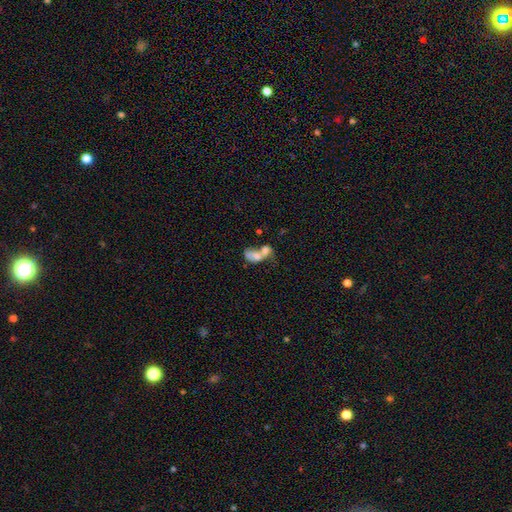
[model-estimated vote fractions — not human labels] smooth_or_featured: smooth (p=0.64) [alt: featured or disk p=0.26]
how_rounded: in between (p=0.79) [alt: round p=0.18]
merging: merger (p=0.75) [alt: none p=0.10]